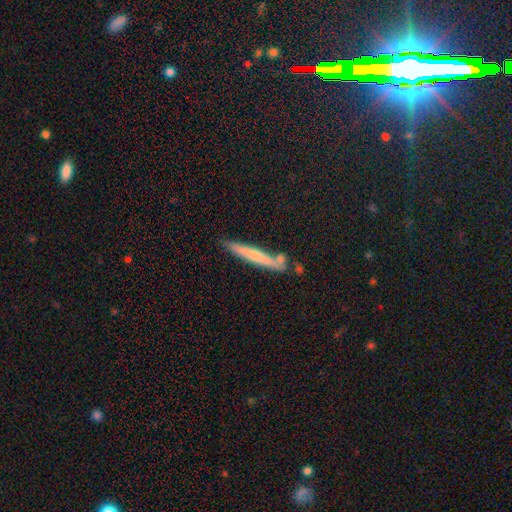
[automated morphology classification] Smooth or featured? Predicted: smooth (p=0.55). How rounded? Predicted: cigar-shaped (p=0.95). Merging? Predicted: none (p=0.71).